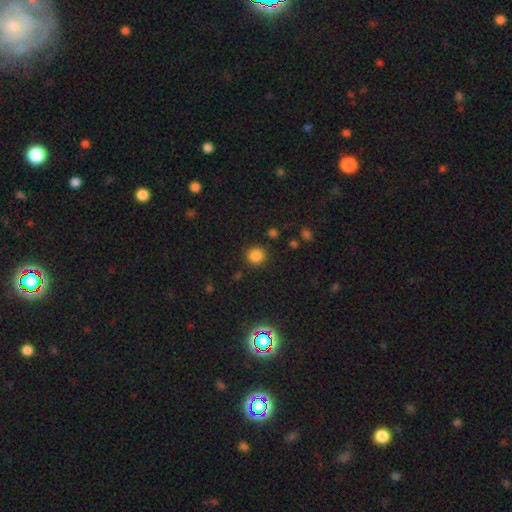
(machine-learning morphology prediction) This appears to be a smooth galaxy with no disk features (83%) that is round (90%). Merging: none (88%).